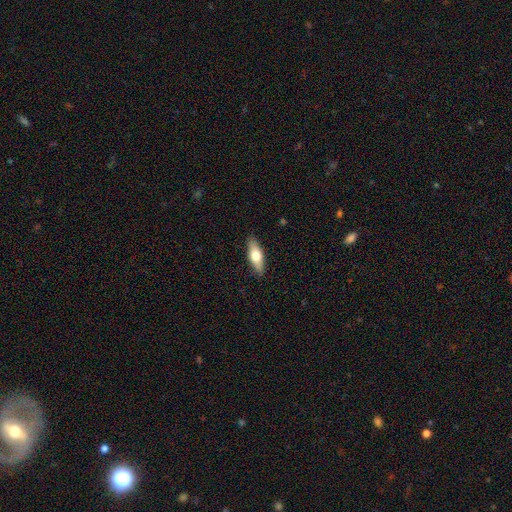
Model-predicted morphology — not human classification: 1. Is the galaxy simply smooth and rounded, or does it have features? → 61% smooth, 33% featured or disk, 6% star or artifact.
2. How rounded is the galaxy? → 61% in between, 36% cigar-shaped, 3% round.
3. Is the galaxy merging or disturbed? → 89% none, 9% minor disturbance, 2% major disturbance, 1% merger.